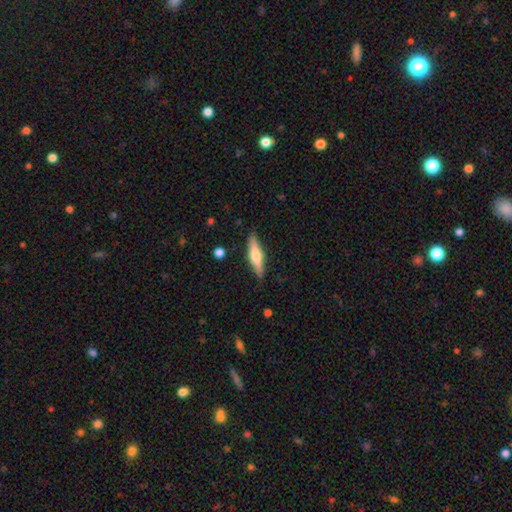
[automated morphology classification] smooth-or-featured: featured or disk: 49% | smooth: 45% | star or artifact: 6%
  merging: none: 87% | minor disturbance: 9% | major disturbance: 2% | merger: 1%